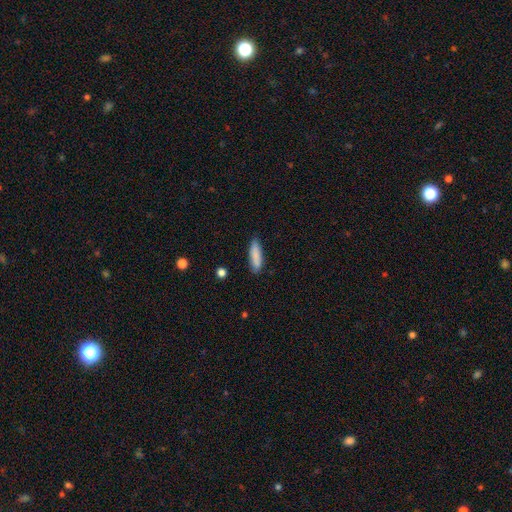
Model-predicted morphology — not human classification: Smooth or featured: smooth — 86% (featured or disk — 7%)
How rounded: cigar-shaped — 61% (in between — 38%)
Merging: none — 83% (minor disturbance — 13%)